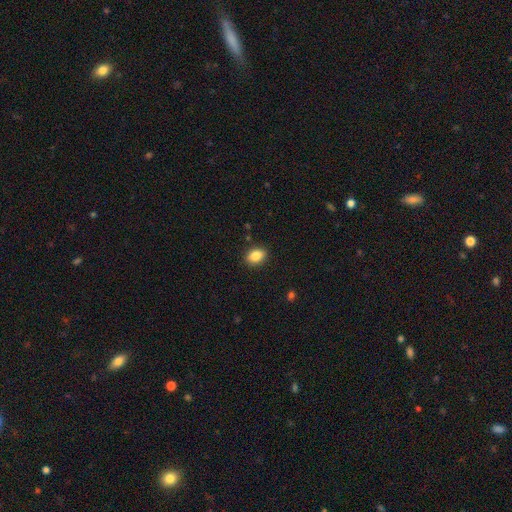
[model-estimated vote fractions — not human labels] Smooth or featured? Predicted: smooth (p=0.85). How rounded? Predicted: in between (p=0.80). Merging? Predicted: none (p=0.88).